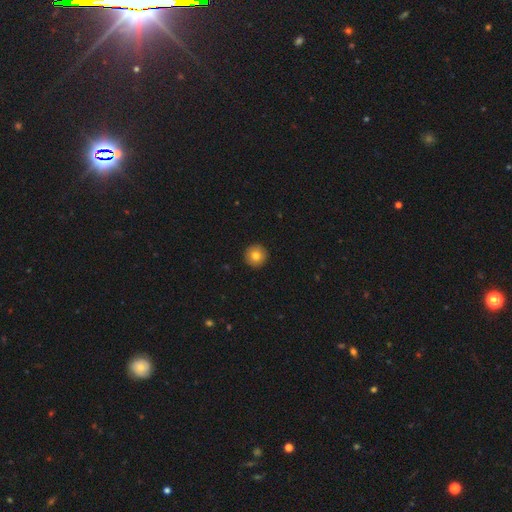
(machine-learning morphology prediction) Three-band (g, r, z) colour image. It shows a smooth galaxy with no disk features (82%) that is round (96%). Merging: none (93%).